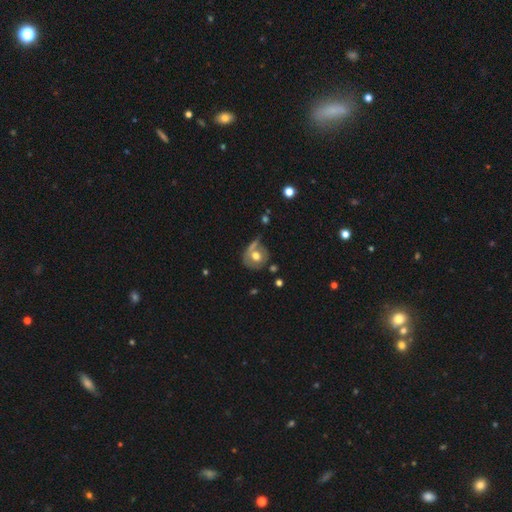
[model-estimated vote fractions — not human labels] Smooth or featured? Predicted: smooth (p=0.56). How rounded? Predicted: round (p=0.82). Merging? Predicted: none (p=0.52).